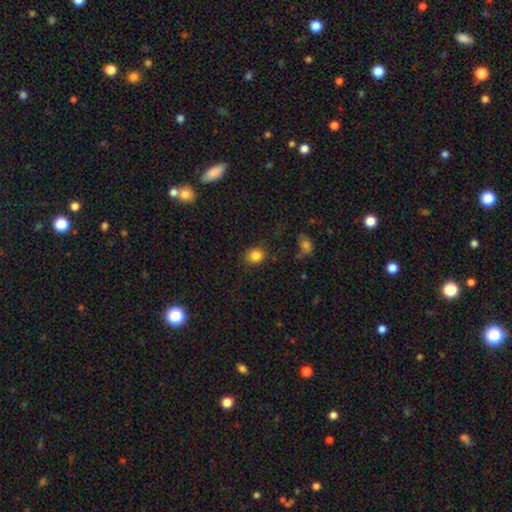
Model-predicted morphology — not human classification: smooth_or_featured: smooth (p=0.85) [alt: star or artifact p=0.10]
how_rounded: round (p=0.67) [alt: in between p=0.32]
merging: none (p=0.83) [alt: minor disturbance p=0.12]